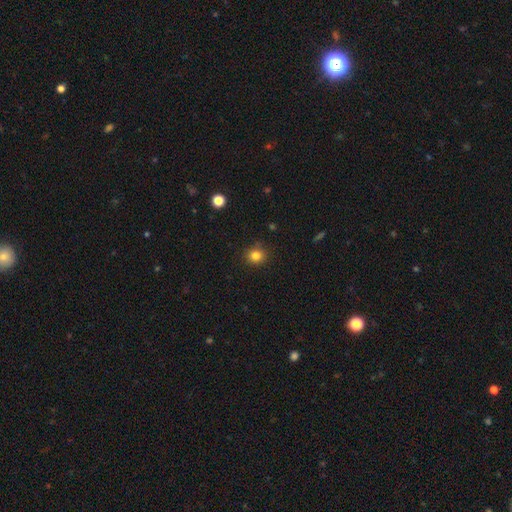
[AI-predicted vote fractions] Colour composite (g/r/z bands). It shows a smooth galaxy with no disk features (82%) that is round (82%). Merging: none (88%).